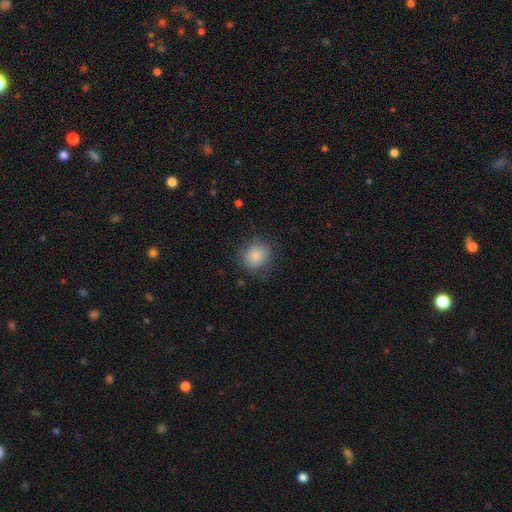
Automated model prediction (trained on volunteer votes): Morphology: type=smooth (83%); roundness=round (79%); merging=none (76%).